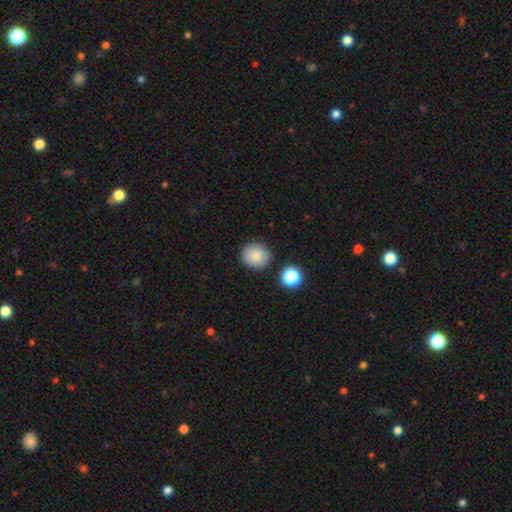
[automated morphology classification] Smooth or featured: smooth — 84% (star or artifact — 10%)
How rounded: round — 84% (in between — 15%)
Merging: none — 86% (minor disturbance — 8%)